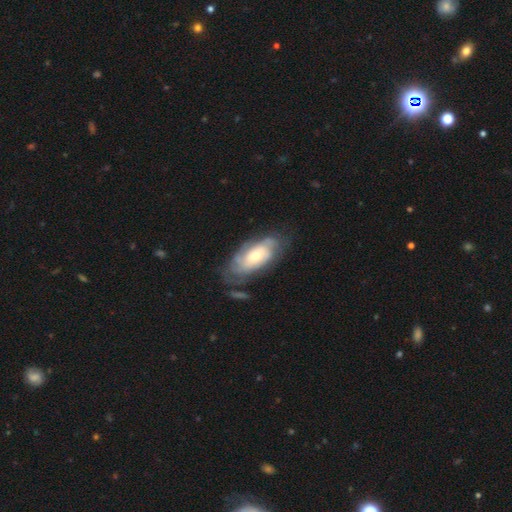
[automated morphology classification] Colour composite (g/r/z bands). It shows a featured or disk galaxy (68%) with no bar (71%), tight (63%) spiral arms (82%) and a moderate central bulge (53%). Merging: none (62%).